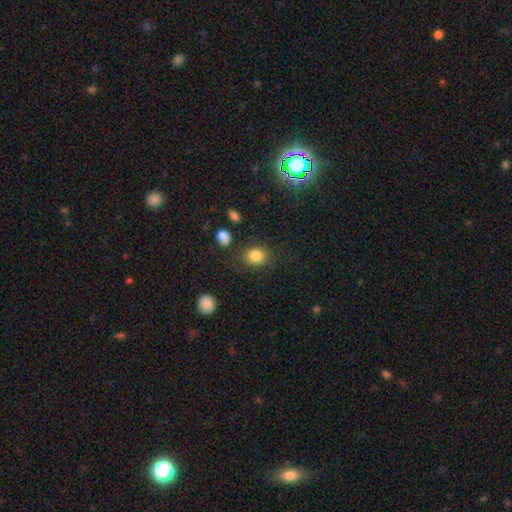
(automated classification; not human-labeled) Smooth or featured: smooth — 83% (star or artifact — 10%)
How rounded: round — 56% (in between — 43%)
Merging: none — 76% (minor disturbance — 15%)